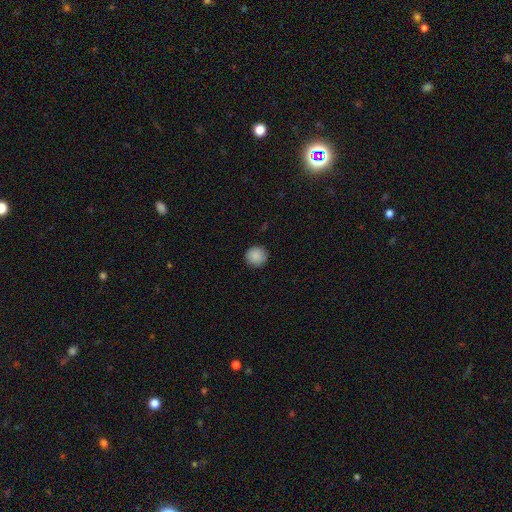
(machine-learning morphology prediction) Q: Smooth or featured?
A: smooth (88%); runner-up: star or artifact (8%)
Q: How rounded?
A: round (93%); runner-up: in between (6%)
Q: Merging?
A: none (90%); runner-up: minor disturbance (7%)